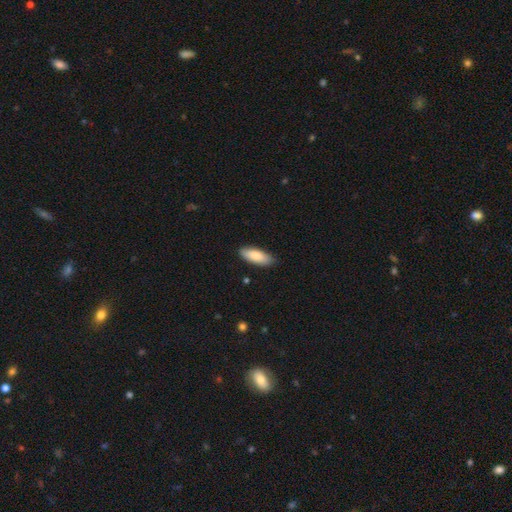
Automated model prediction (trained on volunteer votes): Smooth or featured? smooth (84%)
How rounded? in between (76%)
Merging? none (85%)